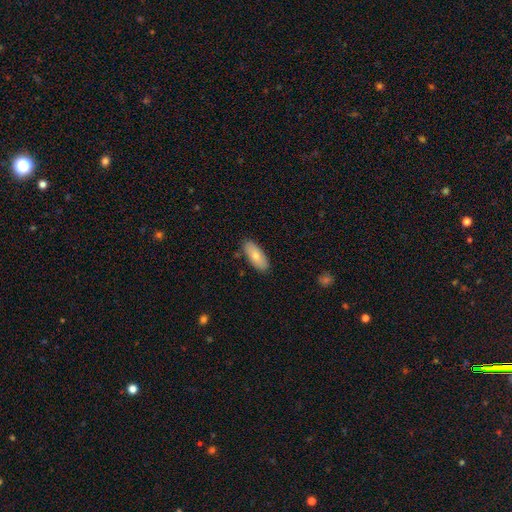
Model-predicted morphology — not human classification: Smooth or featured? Predicted: smooth (p=0.78). How rounded? Predicted: in between (p=0.83). Merging? Predicted: none (p=0.87).